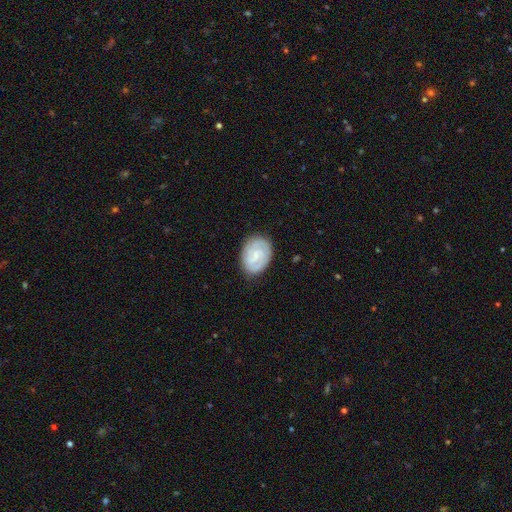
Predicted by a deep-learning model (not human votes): Smooth or featured? Predicted: featured or disk (p=0.68). Edge-on disk? Predicted: no (p=0.98). Bar? Predicted: weak (p=0.48). Spiral arms? Predicted: yes (p=0.90). Spiral winding? Predicted: tight (p=0.58). Spiral arm count? Predicted: 2 (p=0.62). Bulge size? Predicted: small (p=0.57). Merging? Predicted: none (p=0.82).